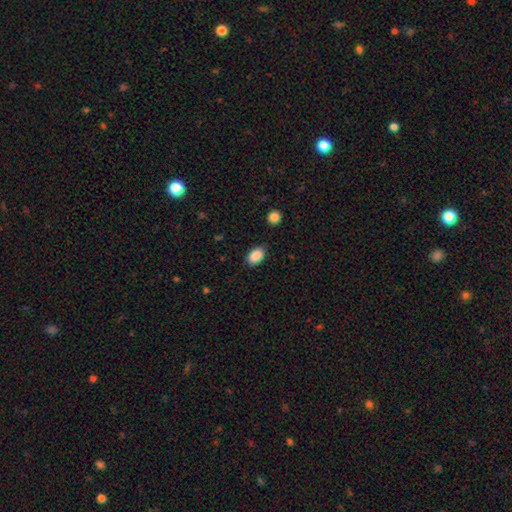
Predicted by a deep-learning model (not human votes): Morphology: type=smooth (89%); roundness=in between (87%); merging=none (82%).